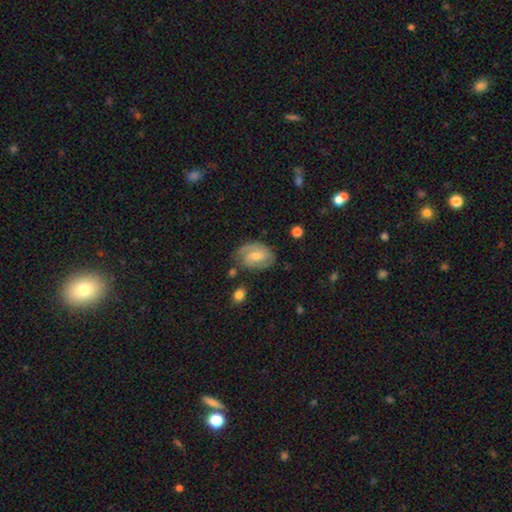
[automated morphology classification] A featured or disk galaxy (73%) with a weak bar (47%), 2 (70%) tight (48%) spiral arms (91%) and a moderate central bulge (53%).

Vote fractions:
- Smooth or featured? featured or disk: 73% / smooth: 19% / star or artifact: 8%
- Edge-on disk? no: 97% / yes: 3%
- Bar? weak: 47% / no: 39% / strong: 13%
- Spiral arms? yes: 91% / no: 9%
- Spiral winding? tight: 48% / medium: 39% / loose: 13%
- Spiral arm count? 2: 70% / can't tell: 14% / 1: 9% / 3: 4% / 4: 1% / more than 4: 1%
- Bulge size? moderate: 53% / small: 40% / large: 3% / none: 3% / dominant: 1%
- Merging? none: 72% / minor disturbance: 19% / major disturbance: 6% / merger: 3%